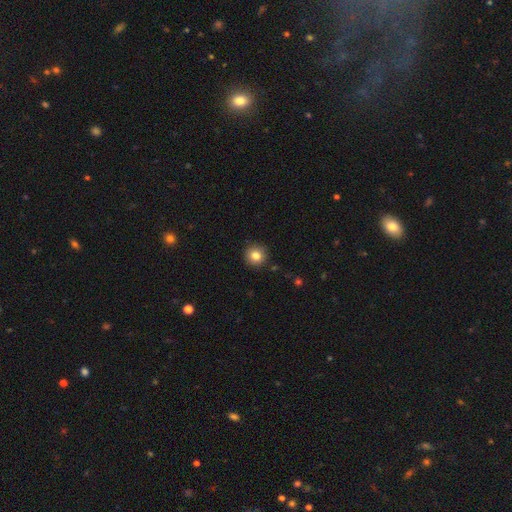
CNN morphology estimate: smooth_or_featured: smooth (p=0.82) [alt: star or artifact p=0.11]
how_rounded: round (p=0.94) [alt: in between p=0.05]
merging: none (p=0.90) [alt: minor disturbance p=0.07]